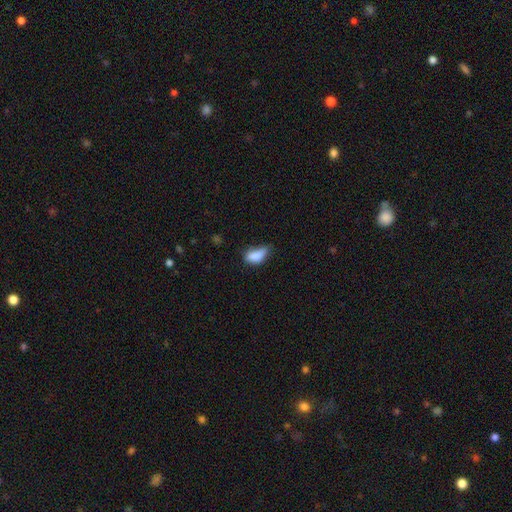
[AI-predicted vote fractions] A smooth galaxy with no disk features (81%) that is in between round and cigar-shaped (86%).

Vote fractions:
- Smooth or featured? smooth: 81% / featured or disk: 10% / star or artifact: 9%
- How rounded? in between: 86% / cigar-shaped: 8% / round: 5%
- Merging? minor disturbance: 43% / none: 31% / major disturbance: 20% / merger: 6%